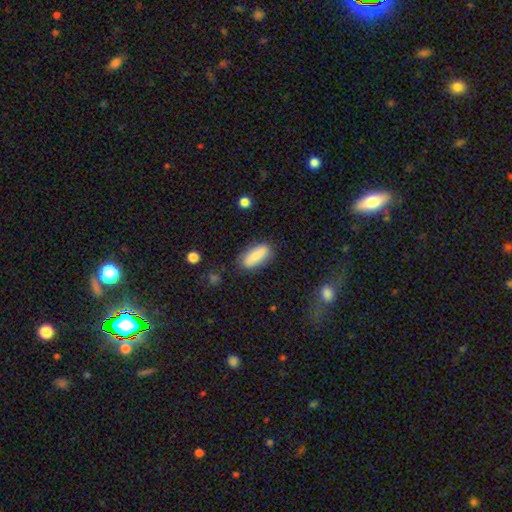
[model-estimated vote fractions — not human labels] This appears to be a smooth galaxy with no disk features (80%) that is in between round and cigar-shaped (76%). Merging: none (79%).